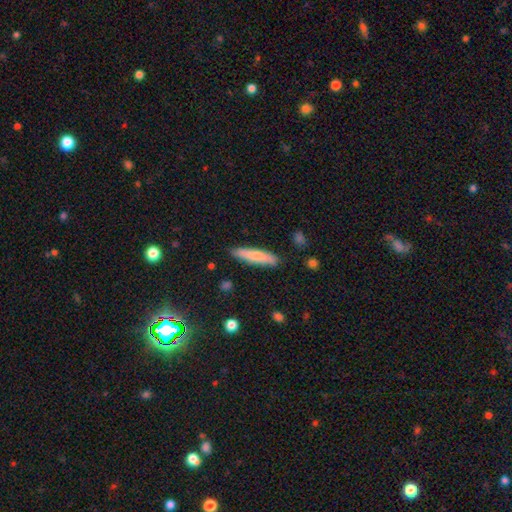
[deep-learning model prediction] The model was most divided on "smooth or featured": smooth: 76%, featured or disk: 18%, star or artifact: 6%. More confident: merging — none (86%); how rounded — cigar-shaped (84%).